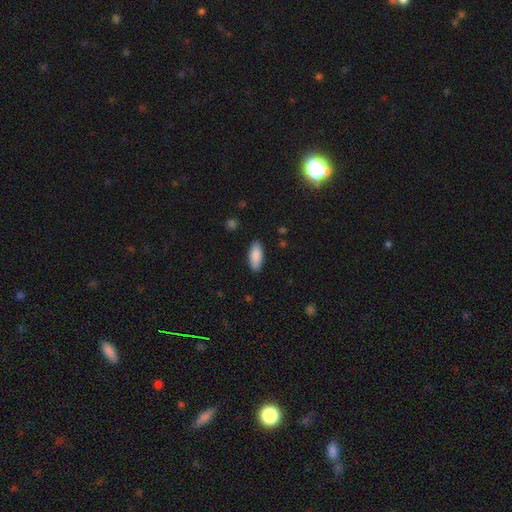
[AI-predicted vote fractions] The model was most divided on "how rounded": in between: 80%, cigar-shaped: 18%, round: 2%. More confident: smooth or featured — smooth (89%); merging — none (88%).